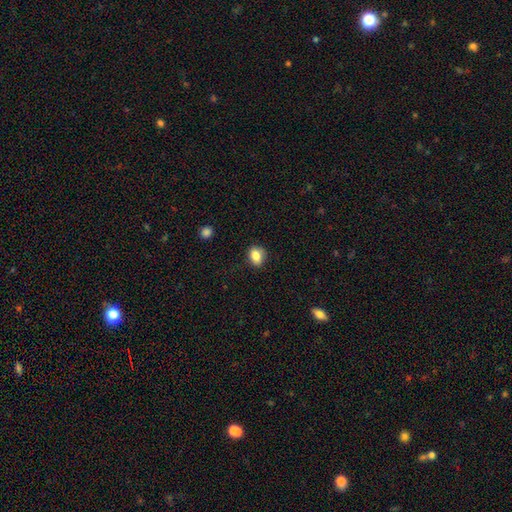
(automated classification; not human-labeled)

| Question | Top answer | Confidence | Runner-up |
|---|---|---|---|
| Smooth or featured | smooth | 84% | star or artifact (9%) |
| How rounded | in between | 65% | round (33%) |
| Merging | none | 81% | minor disturbance (14%) |